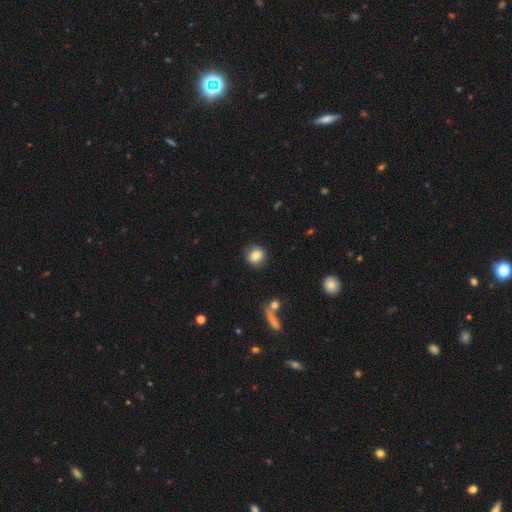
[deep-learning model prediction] Smooth or featured?
  - smooth: 82% *
  - featured or disk: 9%
  - star or artifact: 9%
How rounded?
  - round: 81% *
  - in between: 17%
  - cigar-shaped: 1%
Merging?
  - none: 84% *
  - minor disturbance: 10%
  - major disturbance: 3%
  - merger: 2%